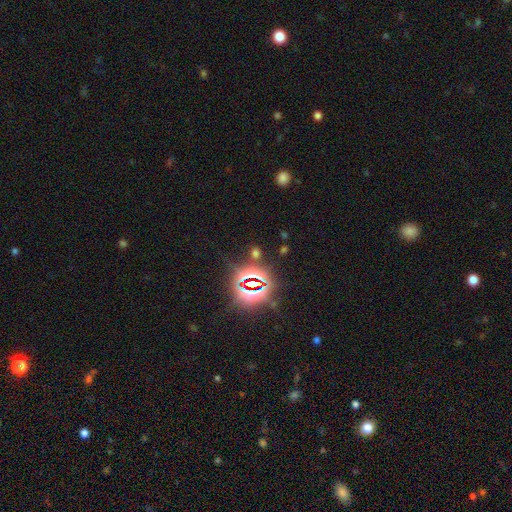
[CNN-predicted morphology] smooth-or-featured: star or artifact: 79% | smooth: 14% | featured or disk: 7%